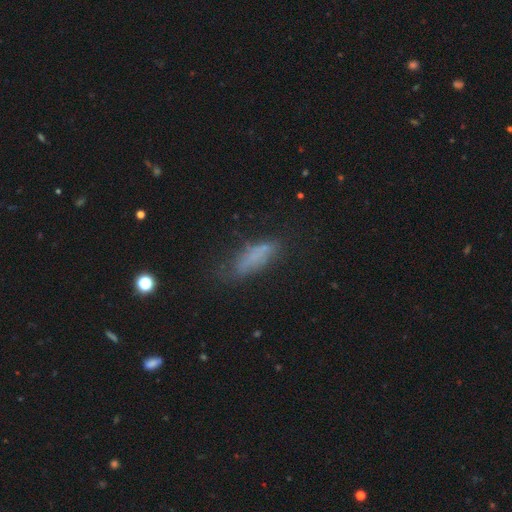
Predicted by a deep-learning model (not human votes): Smooth or featured: smooth — 65% (featured or disk — 20%)
How rounded: cigar-shaped — 51% (in between — 46%)
Merging: none — 53% (minor disturbance — 26%)